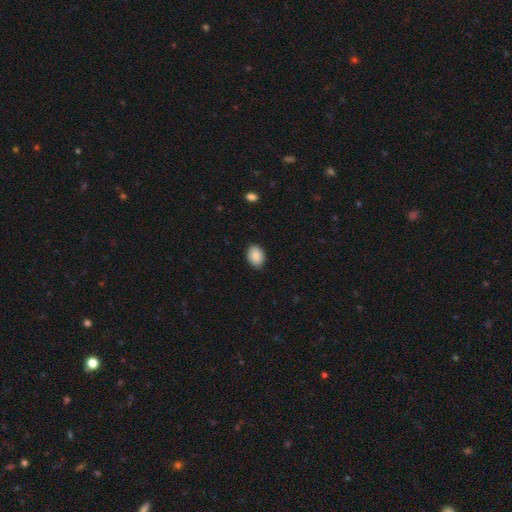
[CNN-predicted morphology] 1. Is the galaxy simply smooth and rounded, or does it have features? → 88% smooth, 7% star or artifact, 5% featured or disk.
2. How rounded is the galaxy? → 74% in between, 25% round, 1% cigar-shaped.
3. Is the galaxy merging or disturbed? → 86% none, 11% minor disturbance, 2% major disturbance, 1% merger.